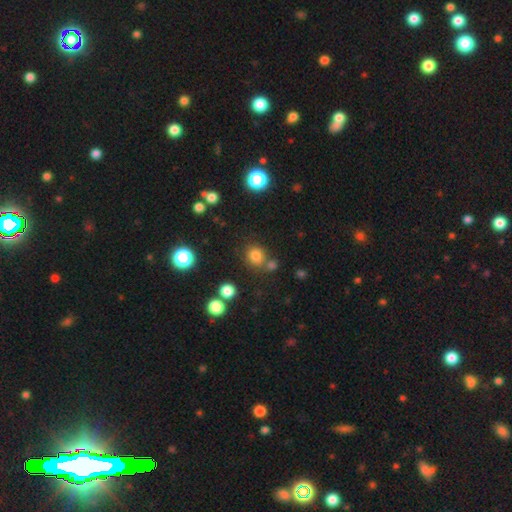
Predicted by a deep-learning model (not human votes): Overall: smooth (77%). How rounded: round (84%). Merging: none (69%).